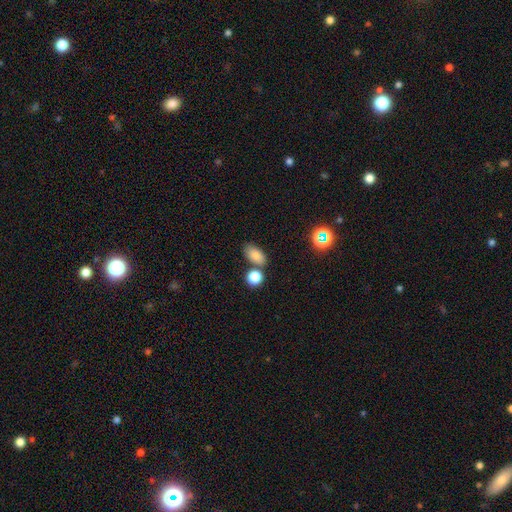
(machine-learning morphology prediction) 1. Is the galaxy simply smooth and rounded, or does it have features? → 80% smooth, 11% star or artifact, 8% featured or disk.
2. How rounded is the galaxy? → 88% in between, 9% round, 3% cigar-shaped.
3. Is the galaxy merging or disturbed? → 68% none, 16% merger, 12% minor disturbance, 4% major disturbance.